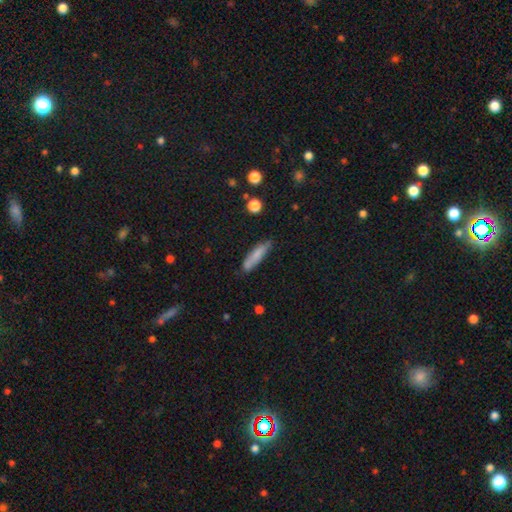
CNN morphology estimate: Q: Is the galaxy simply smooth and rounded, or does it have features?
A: smooth — 75%.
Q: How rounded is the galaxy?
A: cigar-shaped — 75%.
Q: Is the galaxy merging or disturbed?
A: none — 74%.